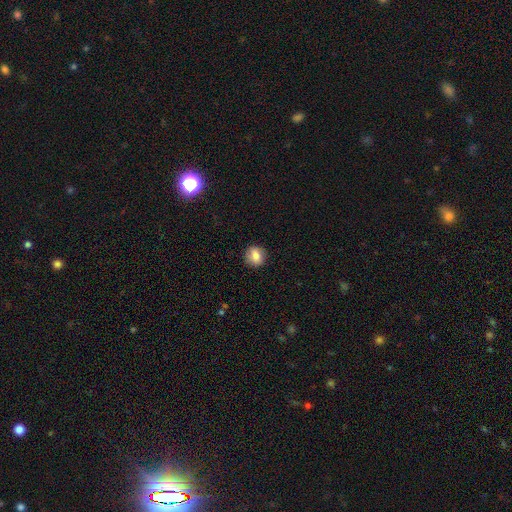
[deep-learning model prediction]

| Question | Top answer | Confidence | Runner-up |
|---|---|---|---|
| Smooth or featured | smooth | 81% | featured or disk (10%) |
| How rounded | round | 72% | in between (26%) |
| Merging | none | 86% | minor disturbance (10%) |